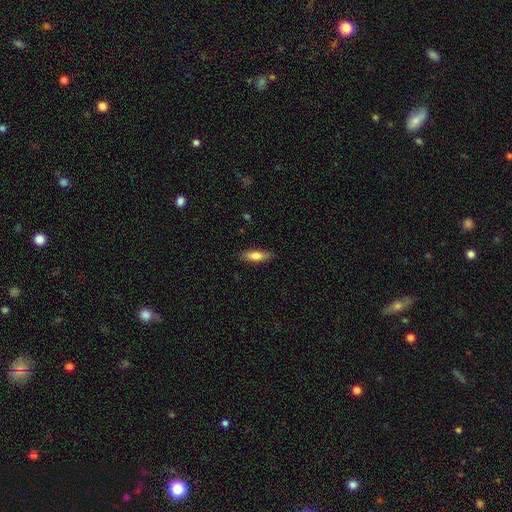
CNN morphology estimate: smooth 79%, featured or disk 15%, star or artifact 6%. Down the decision tree: how rounded — in between (62%); merging — none (85%).